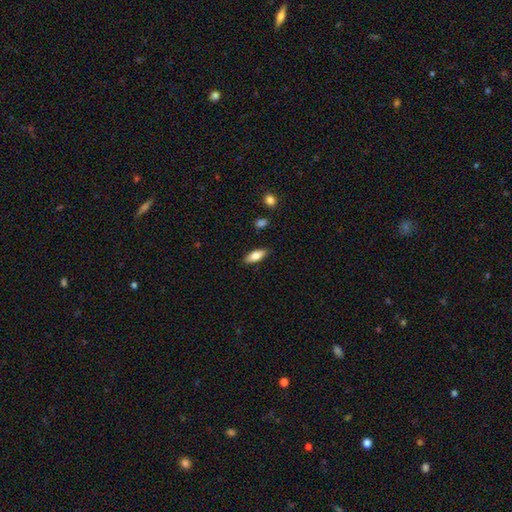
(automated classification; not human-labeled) Q: Smooth or featured?
A: smooth (78%); runner-up: featured or disk (16%)
Q: How rounded?
A: in between (77%); runner-up: cigar-shaped (21%)
Q: Merging?
A: none (86%); runner-up: minor disturbance (10%)